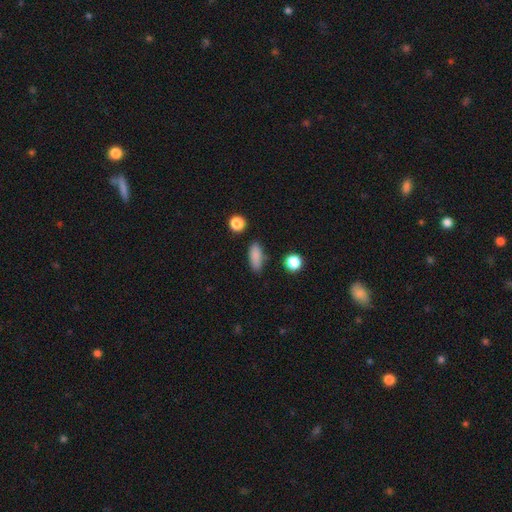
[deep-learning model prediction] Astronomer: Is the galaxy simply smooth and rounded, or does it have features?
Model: smooth — 85%.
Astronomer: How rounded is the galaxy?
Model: in between — 71%.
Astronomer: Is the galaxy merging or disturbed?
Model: none — 80%.